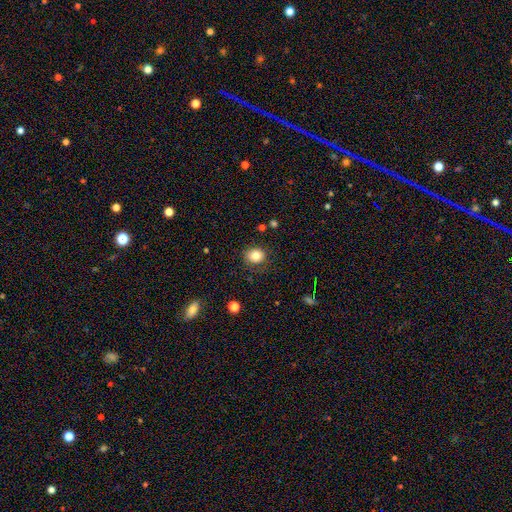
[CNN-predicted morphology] Overall: smooth (82%). How rounded: round (77%). Merging: none (83%).